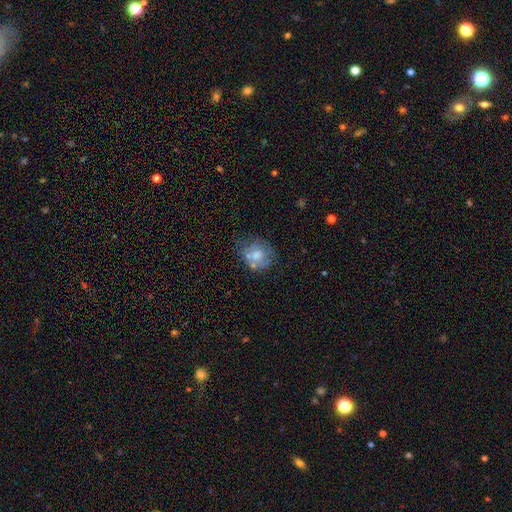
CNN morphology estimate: smooth 55%, featured or disk 37%, star or artifact 9%. Down the decision tree: how rounded — round (72%); merging — none (50%).